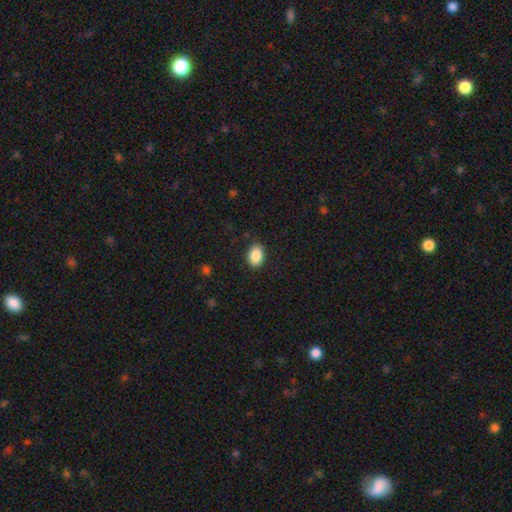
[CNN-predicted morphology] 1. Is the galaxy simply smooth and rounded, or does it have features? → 88% smooth, 8% star or artifact, 4% featured or disk.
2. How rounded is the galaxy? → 83% in between, 16% round, 1% cigar-shaped.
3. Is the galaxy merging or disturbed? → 87% none, 9% minor disturbance, 3% major disturbance, 1% merger.